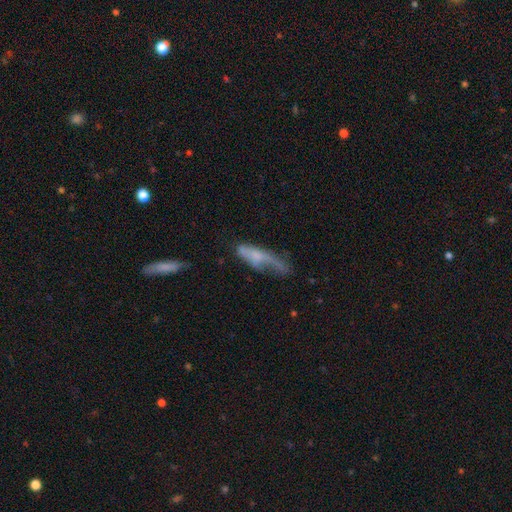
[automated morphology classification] smooth 47%, featured or disk 44%, star or artifact 8%. Down the decision tree: merging — none (32%, tied with major disturbance).